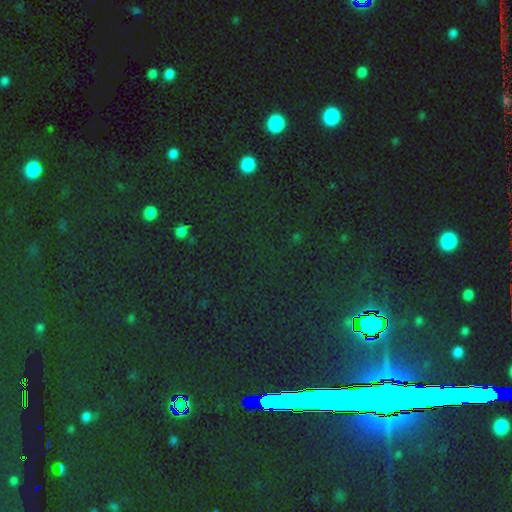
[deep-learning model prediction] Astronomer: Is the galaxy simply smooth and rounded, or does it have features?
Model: star or artifact — 80%.